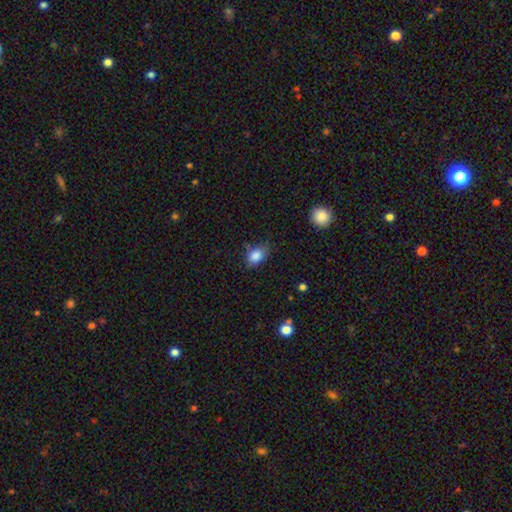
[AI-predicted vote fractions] Morphology: type=smooth (85%); roundness=in between (73%); merging=none (62%).